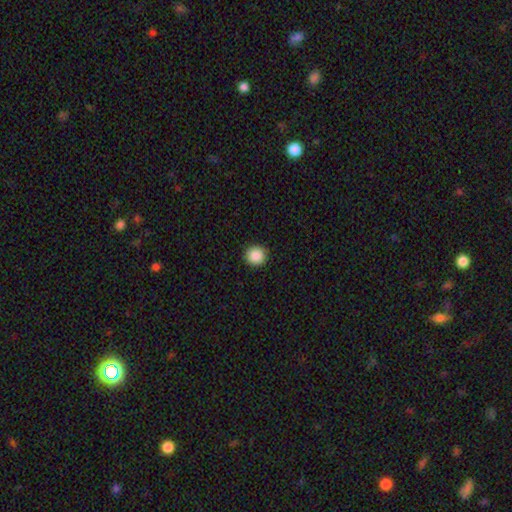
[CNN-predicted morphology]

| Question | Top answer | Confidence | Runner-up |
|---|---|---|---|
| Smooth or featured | smooth | 89% | star or artifact (8%) |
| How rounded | round | 93% | in between (6%) |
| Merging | none | 93% | minor disturbance (5%) |